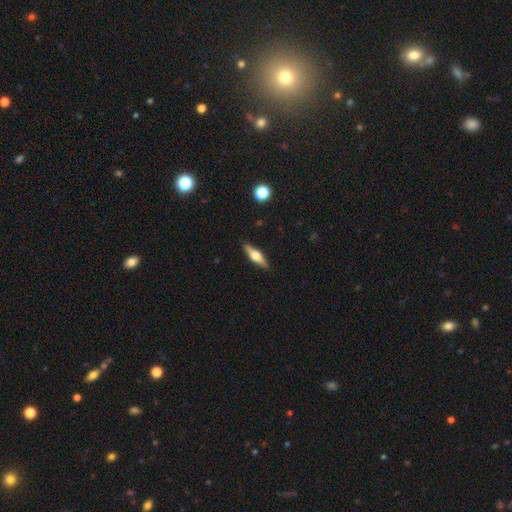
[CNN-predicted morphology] Overall: featured or disk (62%; smooth 33%). Edge-on disk: yes (96%). Edge-on bulge: rounded (94%). Merging: none (90%).